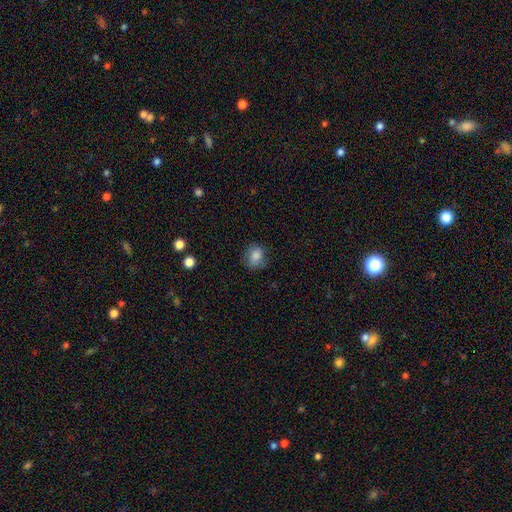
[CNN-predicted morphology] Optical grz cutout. It shows a smooth galaxy with no disk features (82%) that is round (61%). Merging: none (69%).